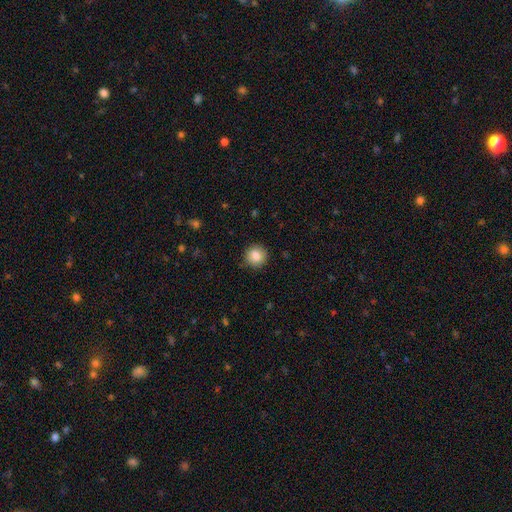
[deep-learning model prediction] Smooth or featured? smooth (85%)
How rounded? round (93%)
Merging? none (90%)